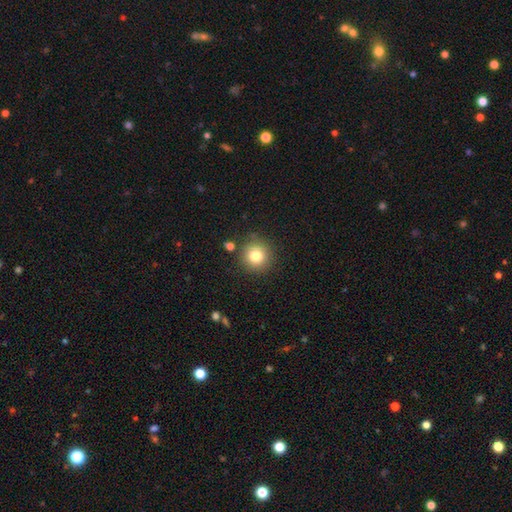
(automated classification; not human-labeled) smooth 80%, star or artifact 12%, featured or disk 8%. Down the decision tree: how rounded — round (94%); merging — none (86%).